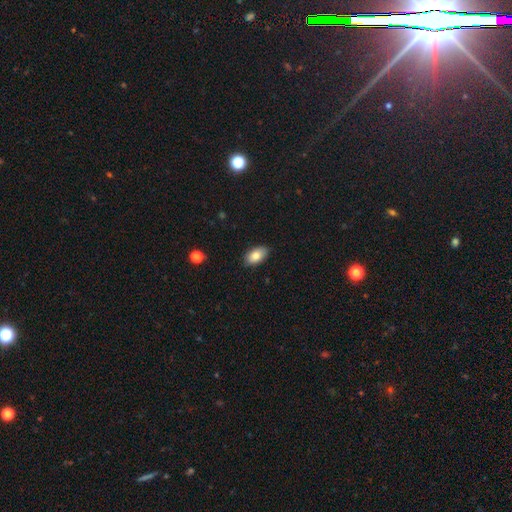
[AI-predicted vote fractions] Smooth or featured?
  - smooth: 81% *
  - featured or disk: 12%
  - star or artifact: 7%
How rounded?
  - in between: 93% *
  - round: 5%
  - cigar-shaped: 2%
Merging?
  - none: 86% *
  - minor disturbance: 11%
  - major disturbance: 2%
  - merger: 1%